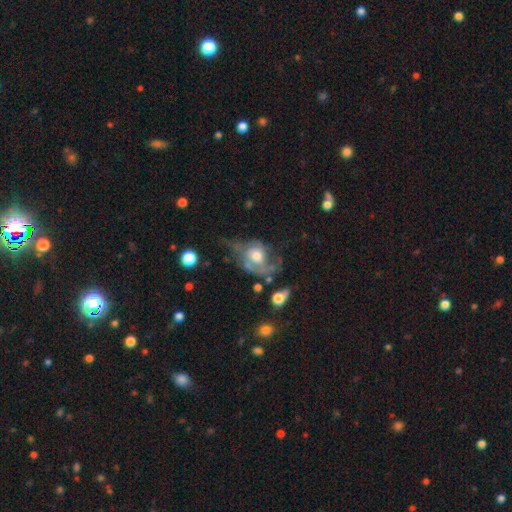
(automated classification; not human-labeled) Smooth or featured? featured or disk (64%)
Edge-on disk? no (96%)
Bar? no (76%)
Spiral arms? yes (67%)
Bulge size? moderate (61%)
Merging? major disturbance (44%)